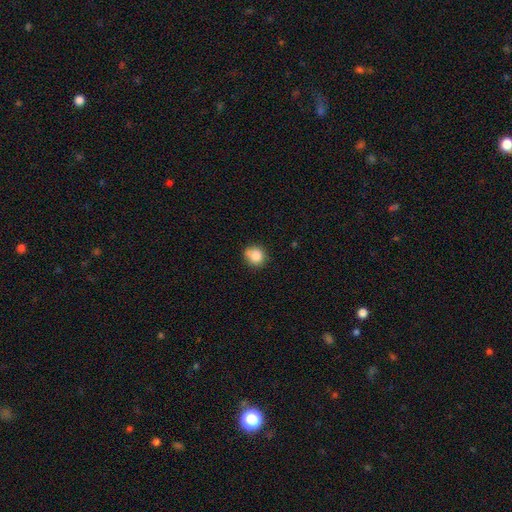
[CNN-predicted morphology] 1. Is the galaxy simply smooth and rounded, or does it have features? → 82% smooth, 10% star or artifact, 8% featured or disk.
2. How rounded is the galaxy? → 84% round, 15% in between, 1% cigar-shaped.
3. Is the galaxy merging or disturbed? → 66% none, 22% minor disturbance, 7% merger, 5% major disturbance.